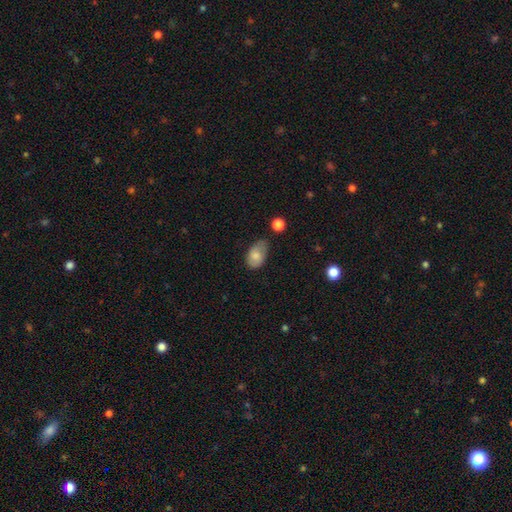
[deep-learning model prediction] Q: Smooth or featured?
A: smooth (78%); runner-up: featured or disk (15%)
Q: How rounded?
A: in between (91%); runner-up: round (8%)
Q: Merging?
A: none (53%); runner-up: minor disturbance (34%)